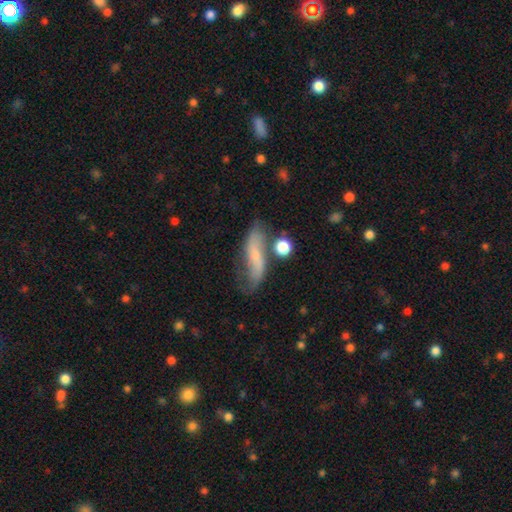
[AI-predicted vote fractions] Smooth or featured?
  - featured or disk: 53% *
  - smooth: 38%
  - star or artifact: 9%
Edge-on disk?
  - no: 82% *
  - yes: 18%
Merging?
  - none: 48% *
  - minor disturbance: 26%
  - major disturbance: 17%
  - merger: 10%